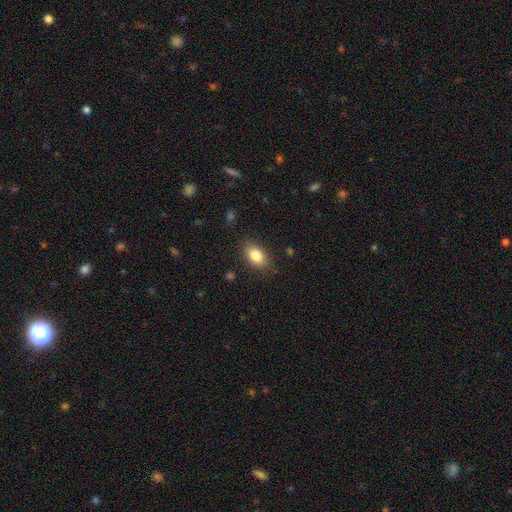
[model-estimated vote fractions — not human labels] This appears to be a smooth galaxy with no disk features (84%) that is in between round and cigar-shaped (87%). Merging: none (84%).